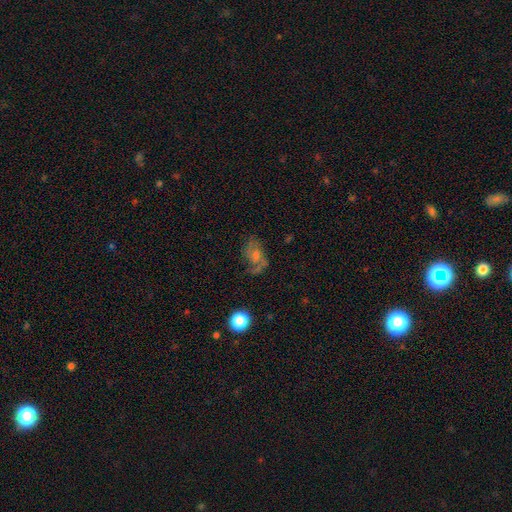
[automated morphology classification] smooth_or_featured: featured or disk (p=0.62) [alt: smooth p=0.22]
disk_edge_on: no (p=0.96) [alt: yes p=0.04]
bar: no (p=0.64) [alt: weak p=0.30]
has_spiral_arms: yes (p=0.84) [alt: no p=0.16]
bulge_size: moderate (p=0.45) [alt: small p=0.43]
merging: none (p=0.59) [alt: minor disturbance p=0.20]